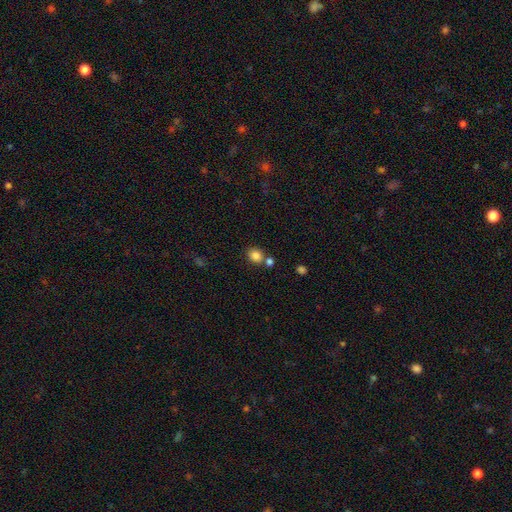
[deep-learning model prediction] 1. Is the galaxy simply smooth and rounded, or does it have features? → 84% smooth, 11% star or artifact, 5% featured or disk.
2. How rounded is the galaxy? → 65% round, 35% in between, 1% cigar-shaped.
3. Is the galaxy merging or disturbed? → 68% none, 19% merger, 10% minor disturbance, 3% major disturbance.